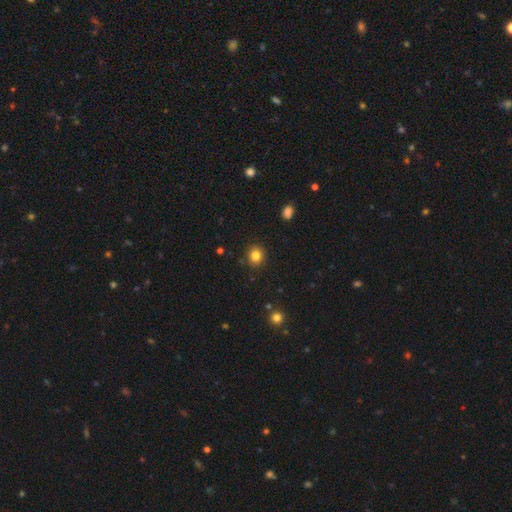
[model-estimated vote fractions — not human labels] smooth 83%, star or artifact 12%, featured or disk 5%. Down the decision tree: how rounded — round (85%); merging — none (90%).